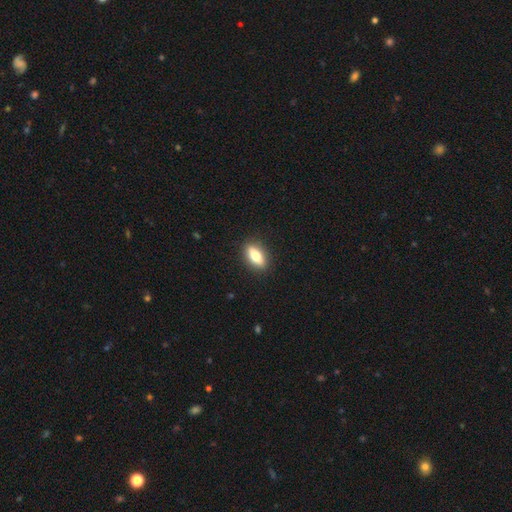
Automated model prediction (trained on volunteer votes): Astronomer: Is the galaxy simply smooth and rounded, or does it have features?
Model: smooth — 68%.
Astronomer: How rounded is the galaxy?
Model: in between — 78%.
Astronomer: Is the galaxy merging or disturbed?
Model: none — 89%.